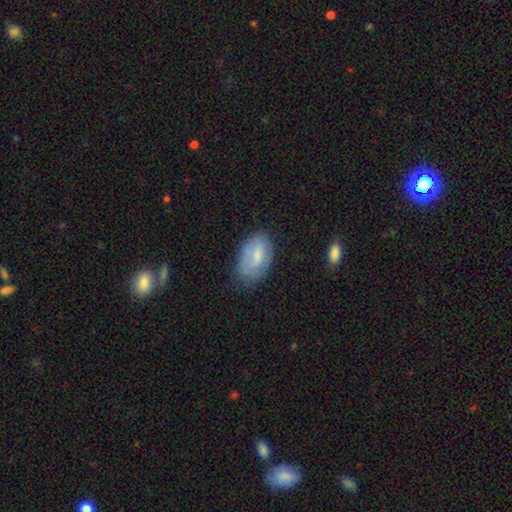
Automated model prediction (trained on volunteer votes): A smooth galaxy with no disk features (70%) that is in between round and cigar-shaped (93%).

Vote fractions:
- Smooth or featured? smooth: 70% / featured or disk: 24% / star or artifact: 7%
- How rounded? in between: 93% / round: 5% / cigar-shaped: 2%
- Merging? none: 66% / minor disturbance: 25% / major disturbance: 7% / merger: 2%